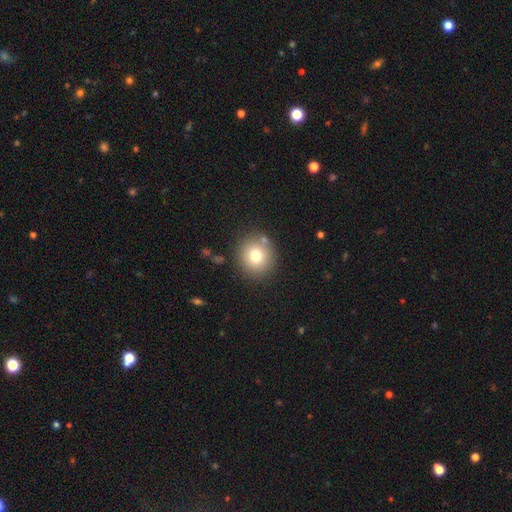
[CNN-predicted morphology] smooth 76%, featured or disk 13%, star or artifact 12%. Down the decision tree: how rounded — round (88%); merging — none (82%).